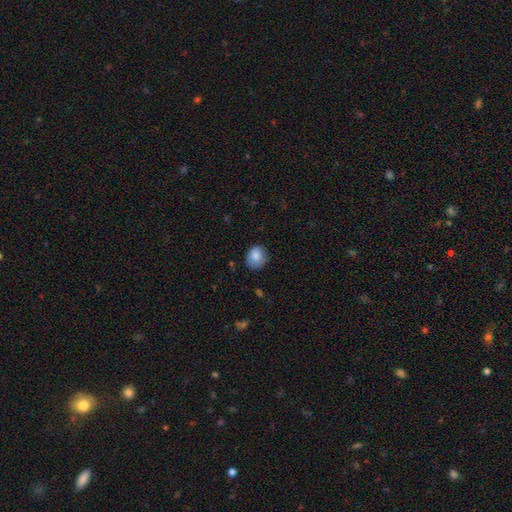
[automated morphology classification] This is clearly a smooth galaxy (84%). How rounded: likely round (66%). Merging: likely none (73%).